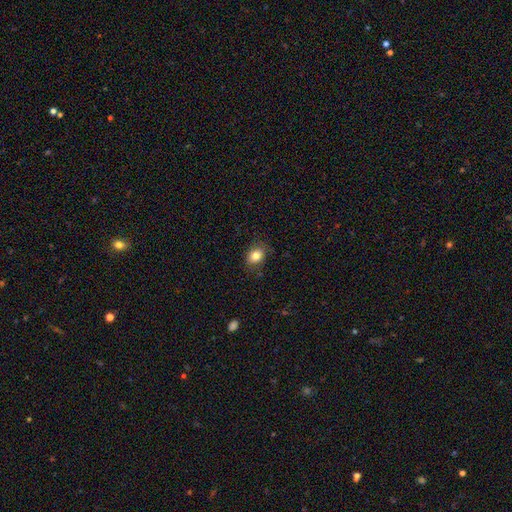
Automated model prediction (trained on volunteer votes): Smooth or featured?
  - smooth: 82% *
  - star or artifact: 10%
  - featured or disk: 8%
How rounded?
  - in between: 61% *
  - round: 38%
  - cigar-shaped: 1%
Merging?
  - none: 80% *
  - minor disturbance: 15%
  - major disturbance: 4%
  - merger: 1%